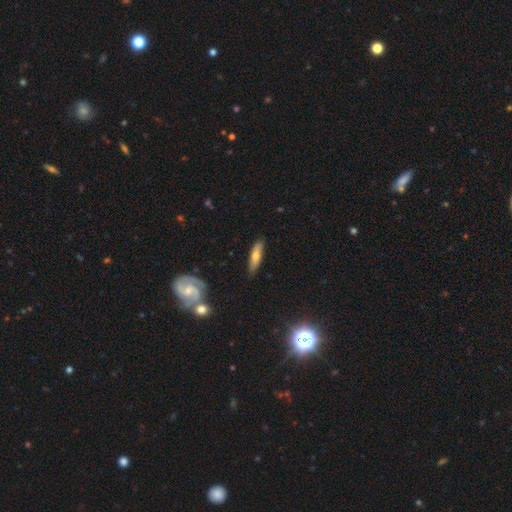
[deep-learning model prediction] The model was most divided on "smooth or featured": smooth: 56%, featured or disk: 37%, star or artifact: 6%. More confident: merging — none (82%); how rounded — cigar-shaped (65%).